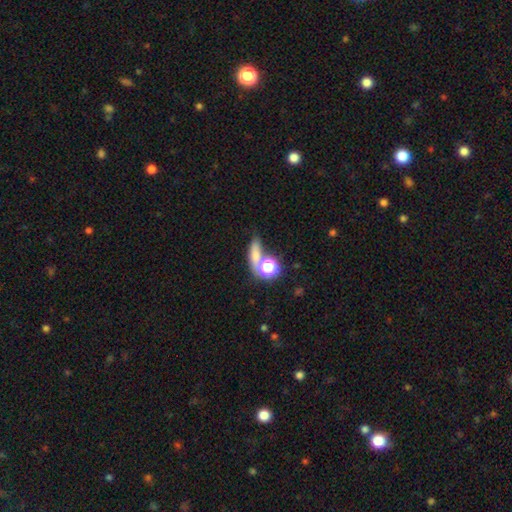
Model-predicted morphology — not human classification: A smooth galaxy with no disk features (65%) that is in between round and cigar-shaped (41%).

Vote fractions:
- Smooth or featured? smooth: 65% / star or artifact: 22% / featured or disk: 13%
- How rounded? in between: 41% / round: 32% / cigar-shaped: 27%
- Merging? none: 53% / merger: 27% / minor disturbance: 12% / major disturbance: 8%